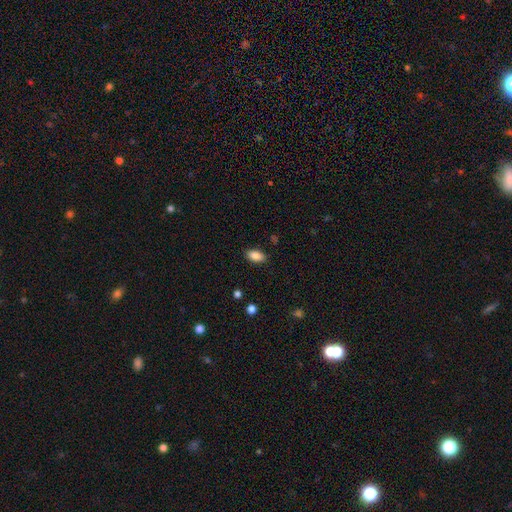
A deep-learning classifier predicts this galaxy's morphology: Smooth or featured? smooth (87%)
How rounded? in between (92%)
Merging? none (87%)